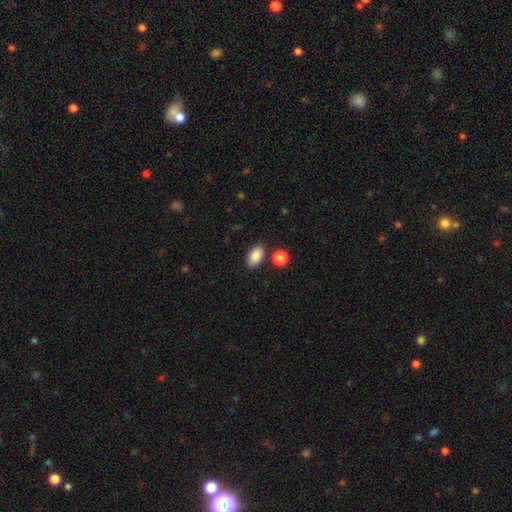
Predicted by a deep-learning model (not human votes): Smooth or featured? Predicted: smooth (p=0.87). How rounded? Predicted: in between (p=0.91). Merging? Predicted: none (p=0.82).